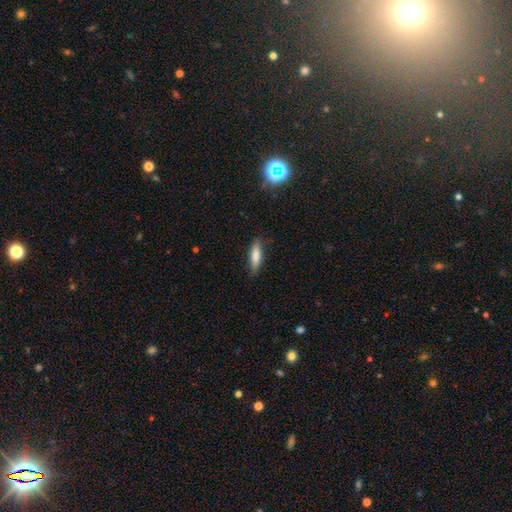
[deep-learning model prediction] Q: Smooth or featured?
A: smooth (78%); runner-up: featured or disk (15%)
Q: How rounded?
A: cigar-shaped (60%); runner-up: in between (38%)
Q: Merging?
A: none (82%); runner-up: minor disturbance (14%)